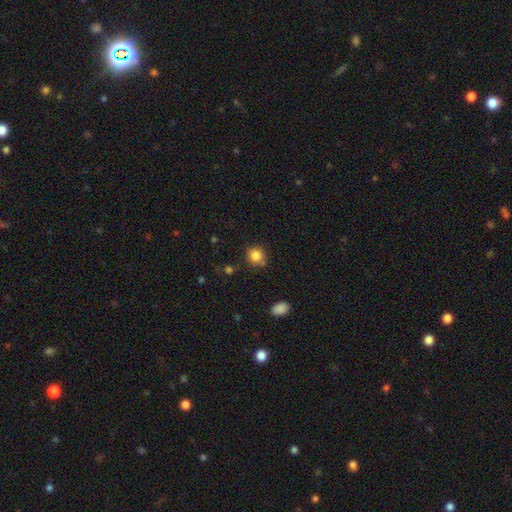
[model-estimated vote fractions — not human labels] A smooth galaxy with no disk features (84%) that is round (86%). Merging: none (77%).